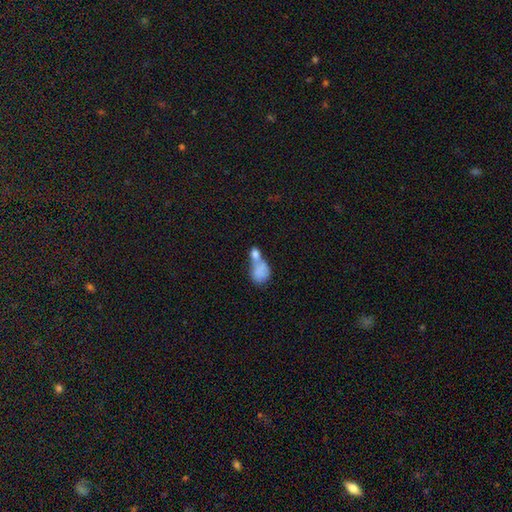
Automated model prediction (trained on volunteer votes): Morphology: type=smooth (76%); roundness=in between (61%); merging=merger (65%).